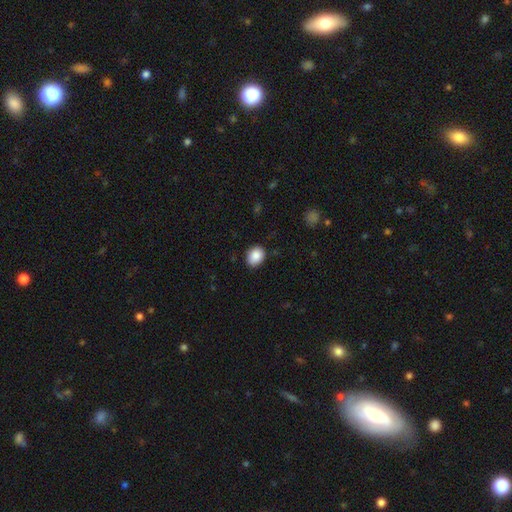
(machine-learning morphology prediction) The model was most divided on "how rounded": in between: 50%, round: 49%, cigar-shaped: 1%. More confident: smooth or featured — smooth (88%); merging — none (87%).